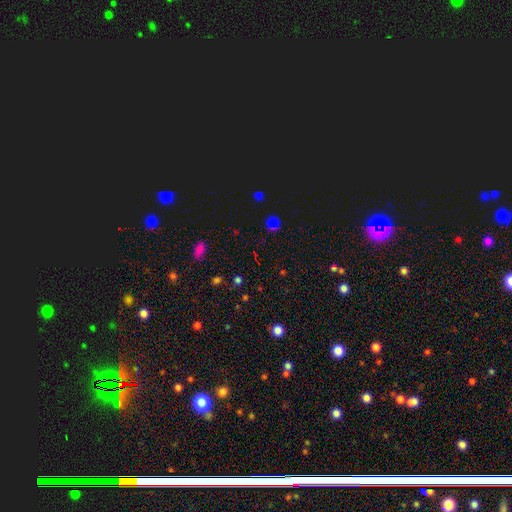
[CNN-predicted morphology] smooth_or_featured: star or artifact (p=0.55) [alt: smooth p=0.37]